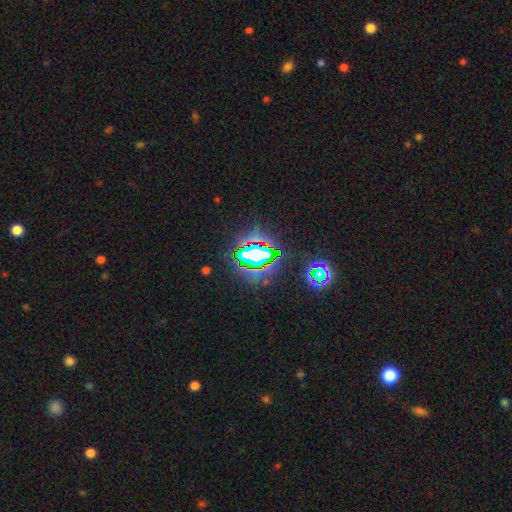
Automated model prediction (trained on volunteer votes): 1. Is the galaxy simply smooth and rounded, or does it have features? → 73% star or artifact, 15% smooth, 12% featured or disk.